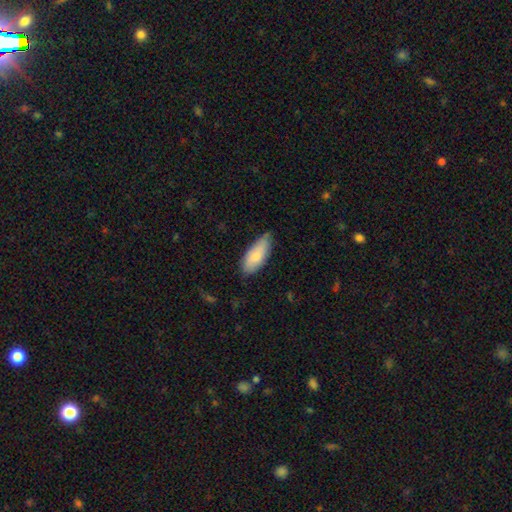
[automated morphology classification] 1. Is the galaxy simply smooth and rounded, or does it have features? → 79% smooth, 15% featured or disk, 6% star or artifact.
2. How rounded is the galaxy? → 83% in between, 15% cigar-shaped, 2% round.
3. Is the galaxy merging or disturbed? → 65% none, 30% minor disturbance, 4% major disturbance, 2% merger.